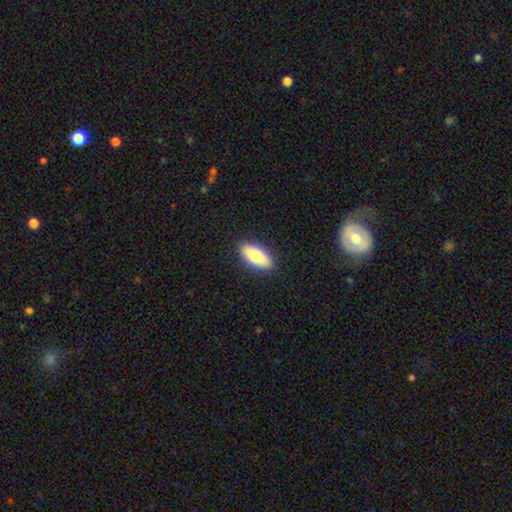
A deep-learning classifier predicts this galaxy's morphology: This is likely a smooth galaxy (76%). How rounded: clearly in between (83%). Merging: clearly none (90%).